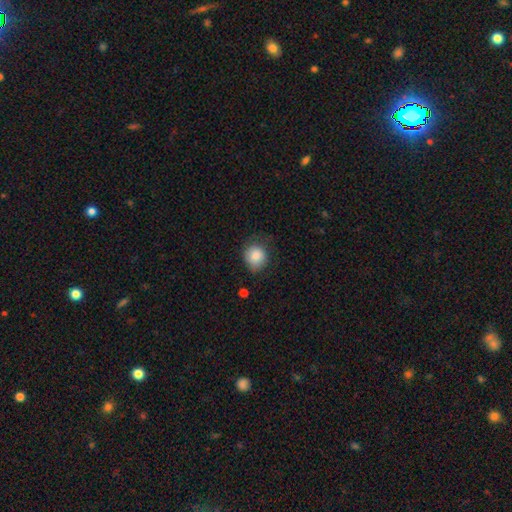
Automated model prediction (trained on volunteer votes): A smooth galaxy with no disk features (85%) that is round (81%).

Vote fractions:
- Smooth or featured? smooth: 85% / star or artifact: 8% / featured or disk: 7%
- How rounded? round: 81% / in between: 18% / cigar-shaped: 1%
- Merging? none: 64% / minor disturbance: 27% / major disturbance: 8% / merger: 2%